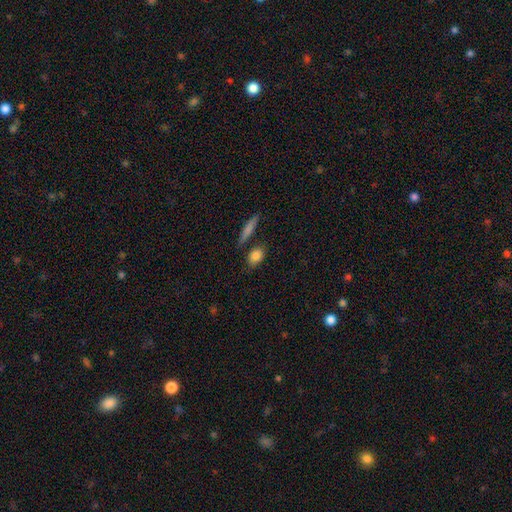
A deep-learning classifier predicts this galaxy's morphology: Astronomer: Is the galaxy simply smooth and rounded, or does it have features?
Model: smooth — 84%.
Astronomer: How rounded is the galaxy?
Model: in between — 69%.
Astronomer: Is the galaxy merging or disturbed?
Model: none — 73%.